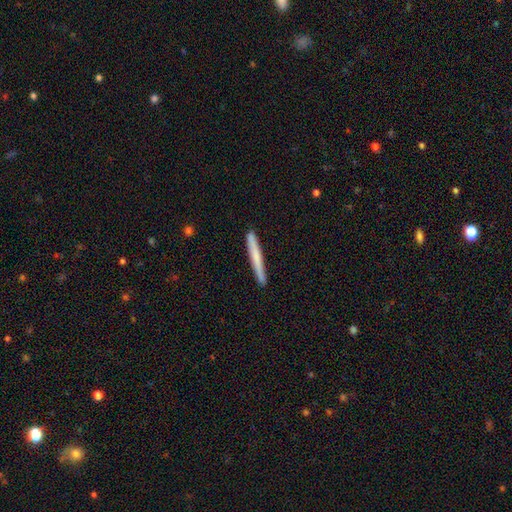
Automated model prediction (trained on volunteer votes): Smooth or featured? smooth (64%)
How rounded? cigar-shaped (97%)
Merging? none (90%)